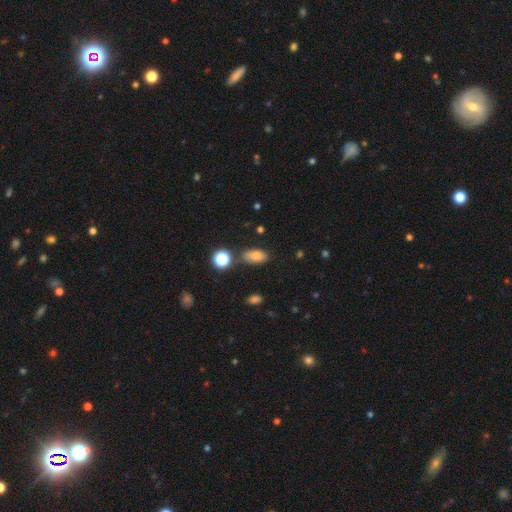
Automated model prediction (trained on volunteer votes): smooth-or-featured: smooth: 76% | star or artifact: 13% | featured or disk: 12%
  how-rounded: in between: 87% | round: 9% | cigar-shaped: 4%
  merging: none: 74% | minor disturbance: 16% | merger: 6% | major disturbance: 4%